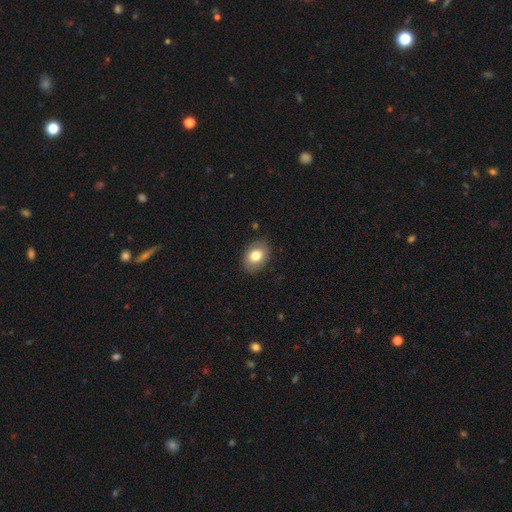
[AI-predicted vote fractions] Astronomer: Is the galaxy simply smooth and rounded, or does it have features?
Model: smooth — 78%.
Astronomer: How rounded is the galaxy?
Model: in between — 75%.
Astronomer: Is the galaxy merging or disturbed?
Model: none — 85%.